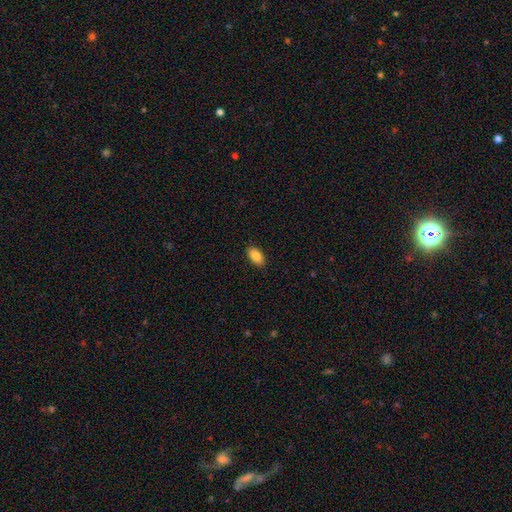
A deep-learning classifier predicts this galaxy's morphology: Smooth or featured? Predicted: smooth (p=0.86). How rounded? Predicted: in between (p=0.93). Merging? Predicted: none (p=0.89).